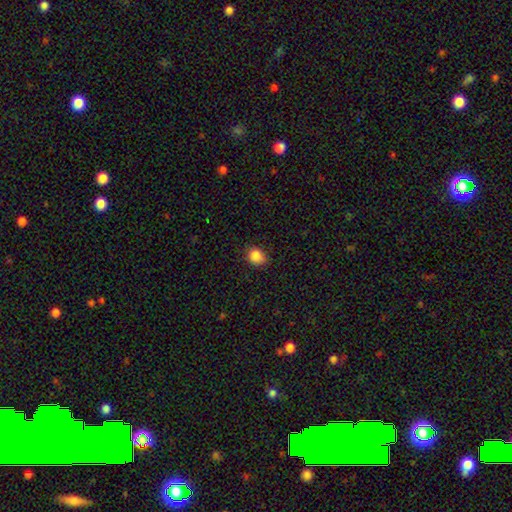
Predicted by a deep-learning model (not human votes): Overall: smooth (87%). How rounded: round (57%; in between 42%). Merging: none (81%).